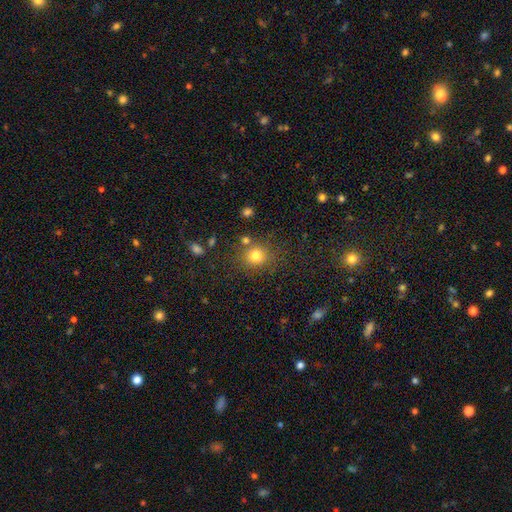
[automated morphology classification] Smooth or featured: smooth — 79% (star or artifact — 14%)
How rounded: round — 83% (in between — 16%)
Merging: none — 74% (minor disturbance — 11%)